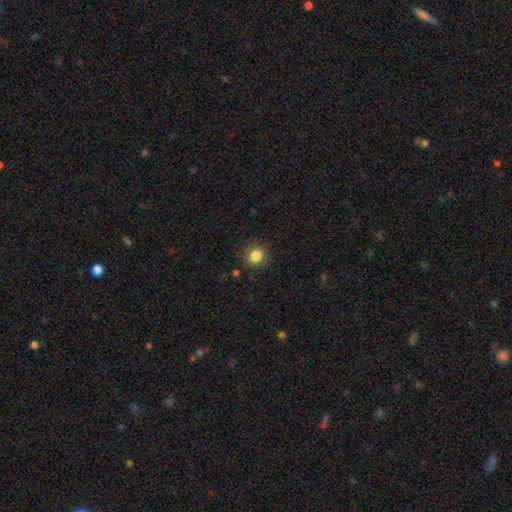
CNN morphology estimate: Smooth or featured? smooth (84%)
How rounded? round (66%)
Merging? none (86%)